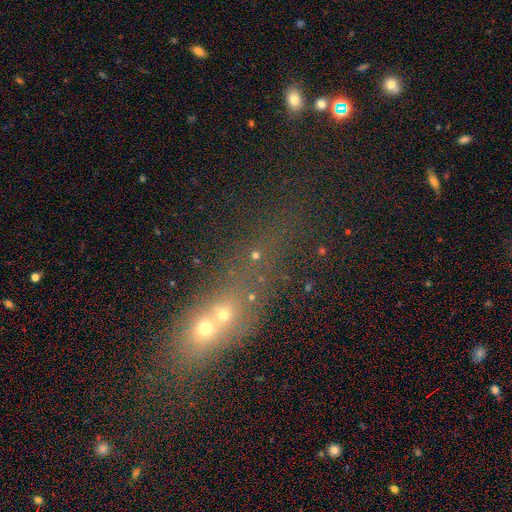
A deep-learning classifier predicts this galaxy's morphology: smooth 42%, star or artifact 39%, featured or disk 19%. Down the decision tree: merging — merger (46%).